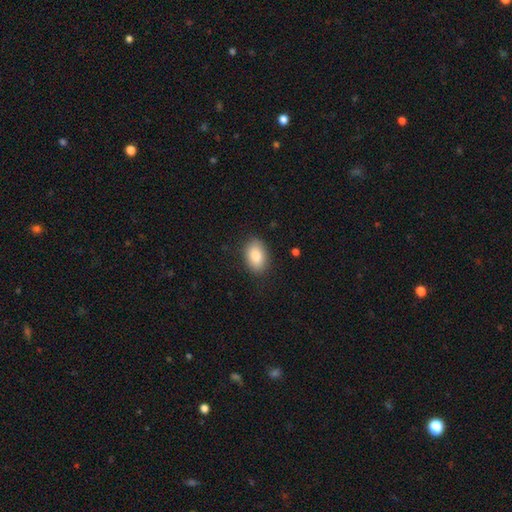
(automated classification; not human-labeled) Overall: smooth (85%). How rounded: in between (87%). Merging: none (86%).